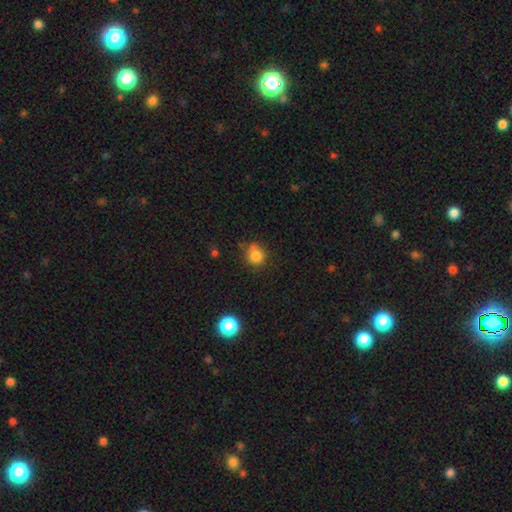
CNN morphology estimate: This is clearly a smooth galaxy (81%). How rounded: clearly round (86%). Merging: likely none (67%).